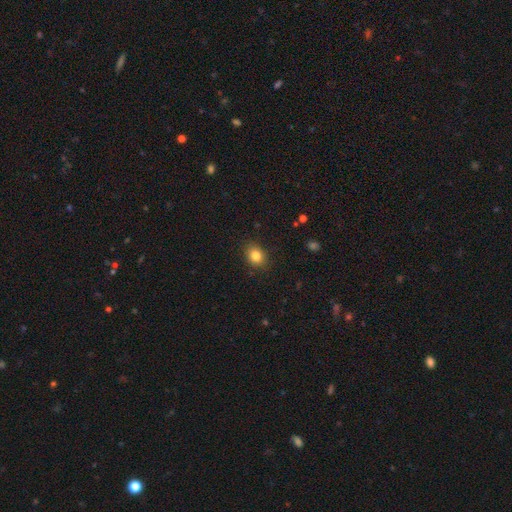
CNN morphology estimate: type=smooth (84%); roundness=in between (53%); merging=none (87%).